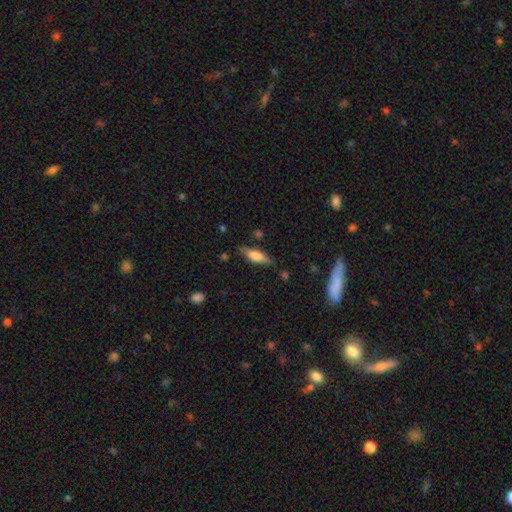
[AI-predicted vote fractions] smooth 62%, featured or disk 30%, star or artifact 7%. Down the decision tree: how rounded — in between (50%); merging — none (79%).